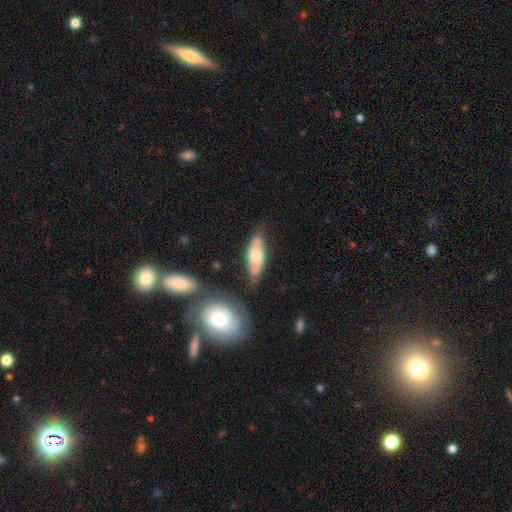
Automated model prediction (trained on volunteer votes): smooth-or-featured: smooth: 47% (tied) | featured or disk: 47% (tied) | star or artifact: 6%
  merging: none: 63% | minor disturbance: 22% | merger: 9% | major disturbance: 6%